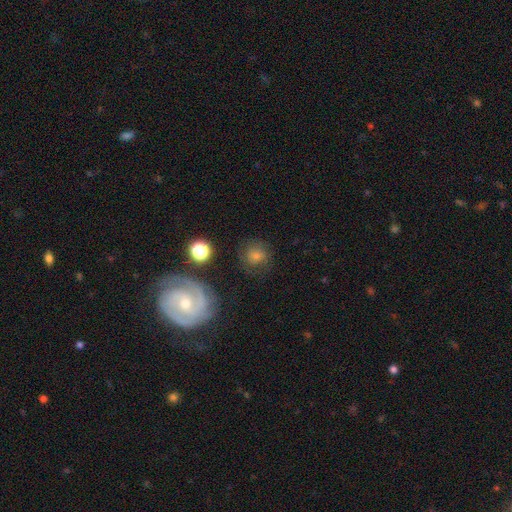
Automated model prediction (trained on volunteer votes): A smooth galaxy with no disk features (42%). Merging: none (78%).